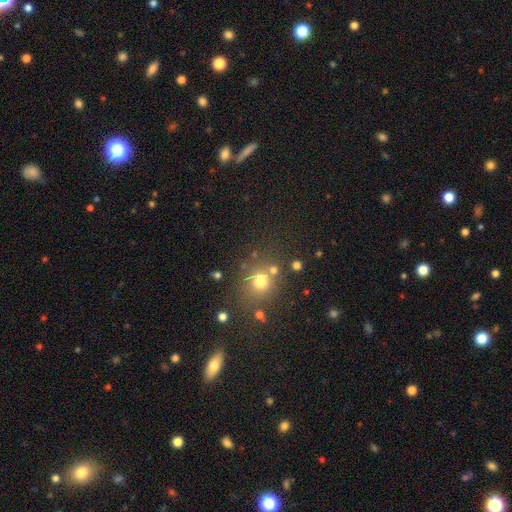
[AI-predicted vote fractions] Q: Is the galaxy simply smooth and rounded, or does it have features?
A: smooth — 54%.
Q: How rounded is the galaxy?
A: round — 83%.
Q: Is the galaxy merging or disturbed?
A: none — 75%.